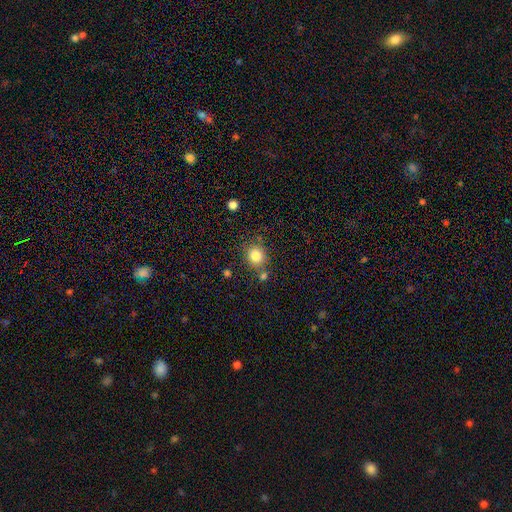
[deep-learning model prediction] This appears to be a smooth galaxy with no disk features (82%) that is round (82%). Merging: none (74%).